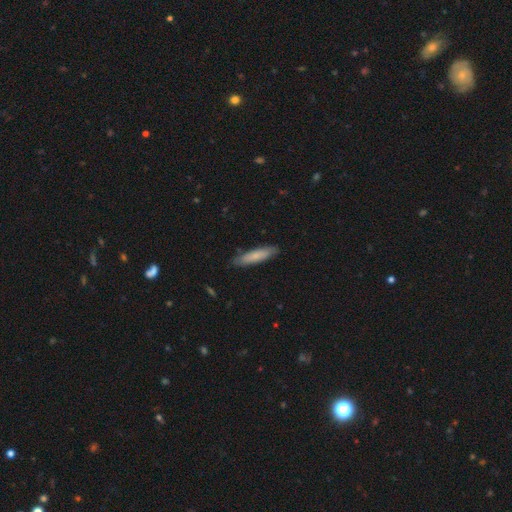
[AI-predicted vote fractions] The model was most divided on "smooth or featured": smooth: 74%, featured or disk: 21%, star or artifact: 6%. More confident: merging — none (85%); how rounded — cigar-shaped (81%).